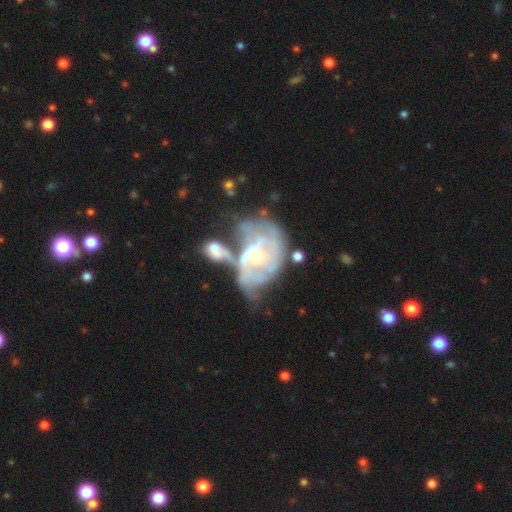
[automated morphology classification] smooth_or_featured: featured or disk (p=0.83) [alt: smooth p=0.11]
disk_edge_on: no (p=0.97) [alt: yes p=0.03]
bar: no (p=0.64) [alt: weak p=0.28]
has_spiral_arms: yes (p=0.81) [alt: no p=0.19]
spiral_winding: tight (p=0.47) [alt: medium p=0.36]
spiral_arm_count: can't tell (p=0.42) [alt: 2 p=0.31]
bulge_size: small (p=0.51) [alt: moderate p=0.43]
merging: merger (p=0.35) [alt: major disturbance p=0.26]